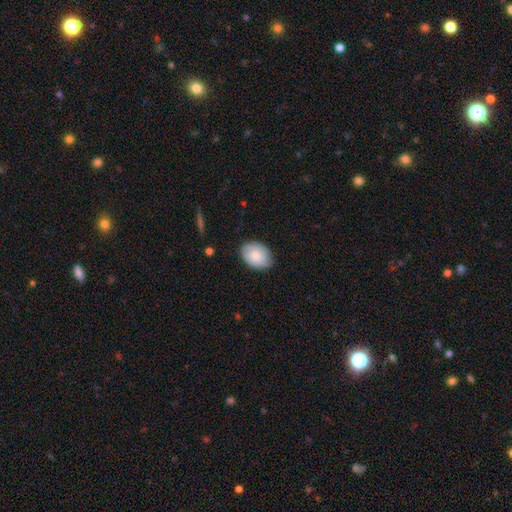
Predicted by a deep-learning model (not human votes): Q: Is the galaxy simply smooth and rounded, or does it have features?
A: smooth — 76%.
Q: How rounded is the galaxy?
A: in between — 73%.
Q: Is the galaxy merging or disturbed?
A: none — 79%.